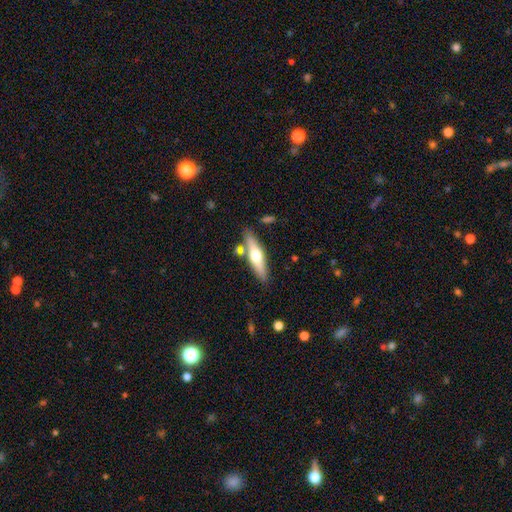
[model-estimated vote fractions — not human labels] Smooth or featured? featured or disk (52%)
Edge-on disk? yes (91%)
Merging? none (78%)